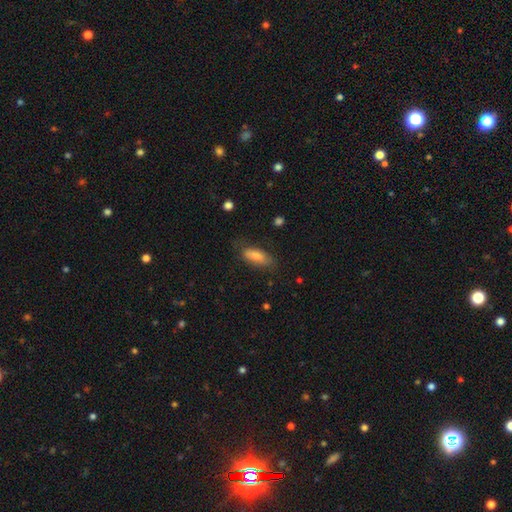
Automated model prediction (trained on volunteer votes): This is likely a smooth galaxy (77%). How rounded: likely in between (67%). Merging: likely none (71%).